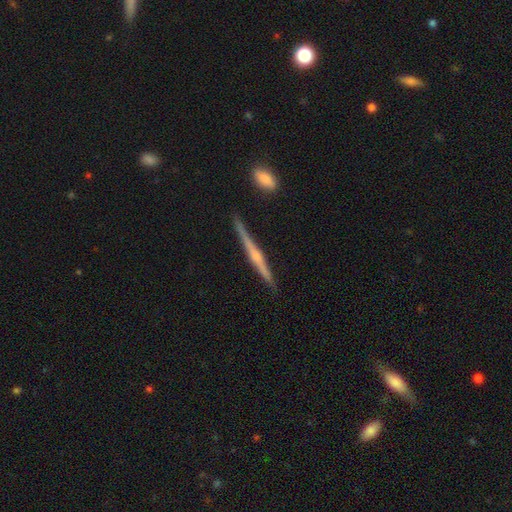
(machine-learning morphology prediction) type=featured or disk (76%); edge-on=yes (98%); edge-on bulge=rounded (74%); merging=none (87%).